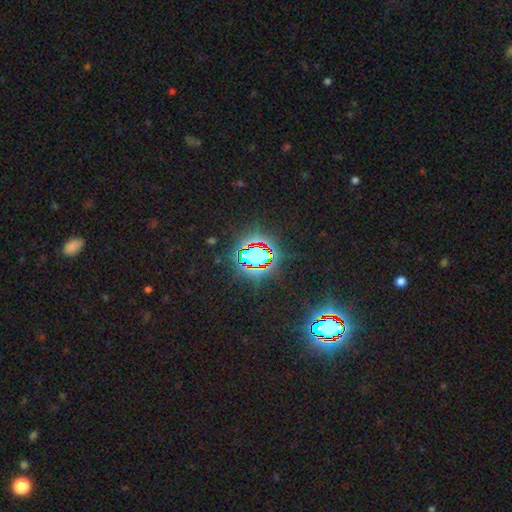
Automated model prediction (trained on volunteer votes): Smooth or featured: star or artifact — 74% (smooth — 16%)